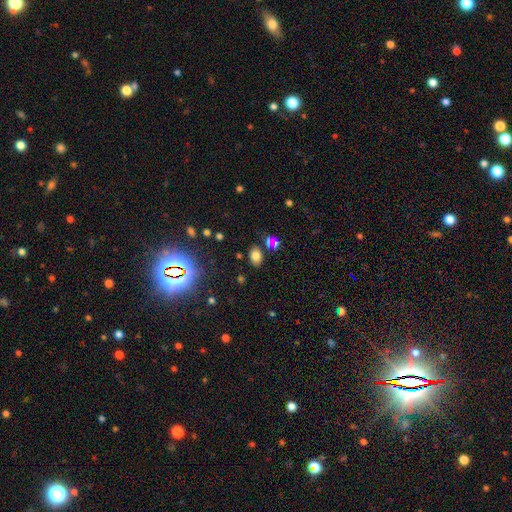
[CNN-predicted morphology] smooth_or_featured: smooth (p=0.74) [alt: star or artifact p=0.17]
how_rounded: in between (p=0.80) [alt: round p=0.18]
merging: none (p=0.76) [alt: minor disturbance p=0.11]